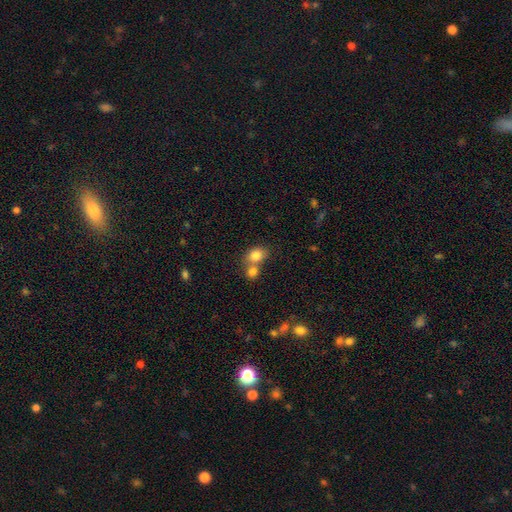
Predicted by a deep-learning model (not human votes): Q: Smooth or featured?
A: smooth (81%); runner-up: star or artifact (9%)
Q: How rounded?
A: in between (53%); runner-up: round (46%)
Q: Merging?
A: merger (46%); runner-up: none (42%)